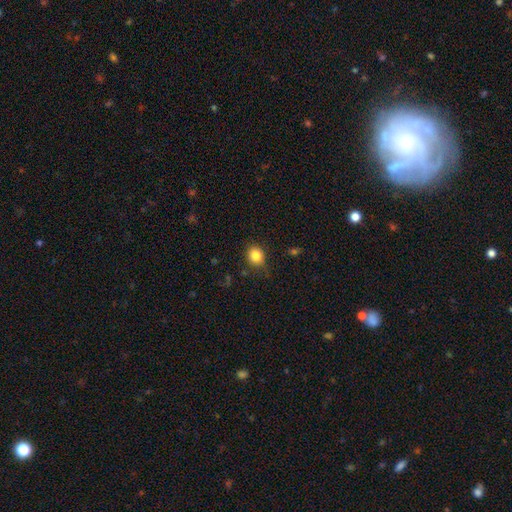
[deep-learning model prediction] smooth_or_featured: smooth (p=0.84) [alt: star or artifact p=0.10]
how_rounded: round (p=0.73) [alt: in between p=0.26]
merging: none (p=0.81) [alt: minor disturbance p=0.14]